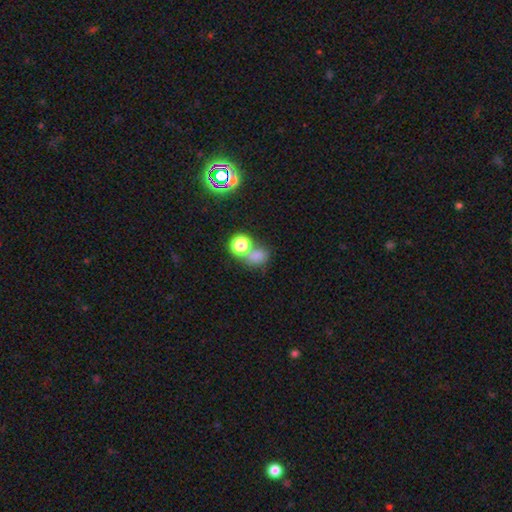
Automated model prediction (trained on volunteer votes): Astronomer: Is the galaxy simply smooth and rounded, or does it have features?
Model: smooth — 74%.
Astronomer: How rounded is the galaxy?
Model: round — 53% (runner-up: in between, 46%).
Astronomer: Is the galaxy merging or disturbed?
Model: none — 43% (runner-up: merger, 40%).